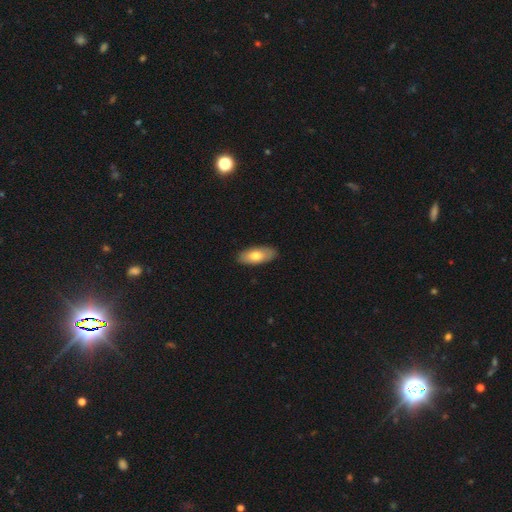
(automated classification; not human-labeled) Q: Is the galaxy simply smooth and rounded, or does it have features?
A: smooth — 74%.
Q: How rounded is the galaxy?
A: in between — 86%.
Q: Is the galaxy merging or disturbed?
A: none — 88%.